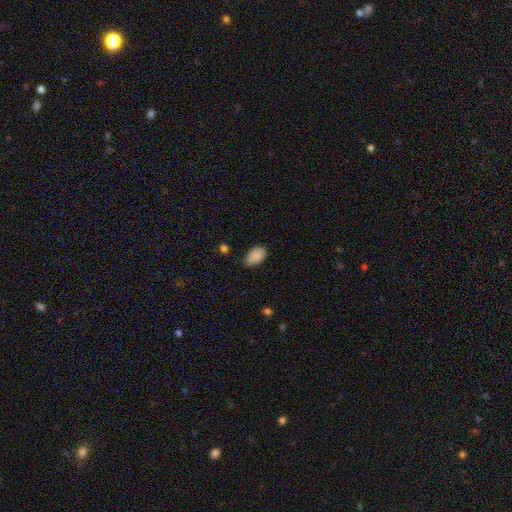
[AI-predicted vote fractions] smooth-or-featured: smooth: 89% | star or artifact: 8% | featured or disk: 4%
  how-rounded: in between: 91% | round: 8% | cigar-shaped: 1%
  merging: none: 73% | minor disturbance: 22% | major disturbance: 4% | merger: 2%